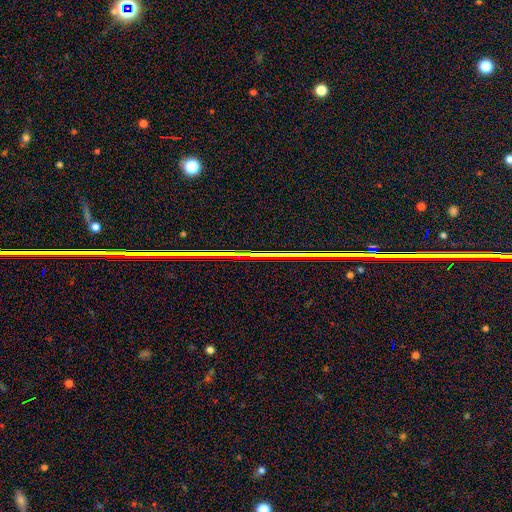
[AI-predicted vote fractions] A star or artifact, not a galaxy (85%).

Vote fractions:
- Smooth or featured? star or artifact: 85% / featured or disk: 8% / smooth: 7%